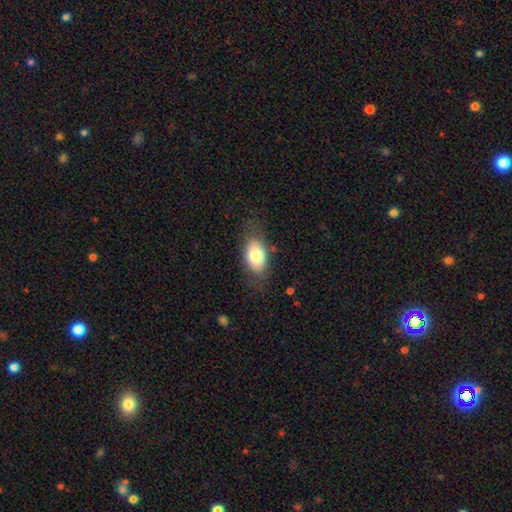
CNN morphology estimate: smooth 76%, featured or disk 17%, star or artifact 7%. Down the decision tree: how rounded — in between (89%); merging — none (73%).